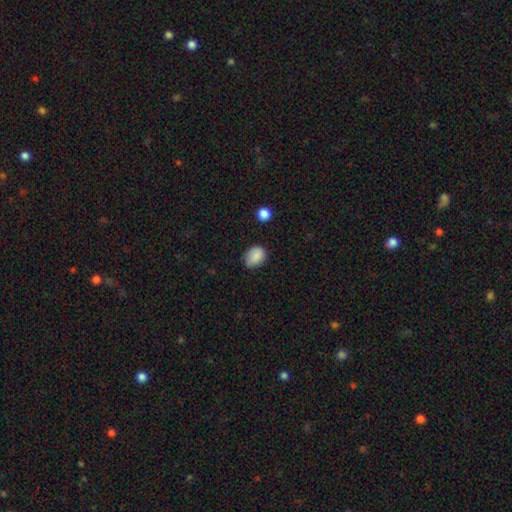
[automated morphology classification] Overall: smooth (86%). How rounded: in between (62%; round 37%). Merging: none (67%).